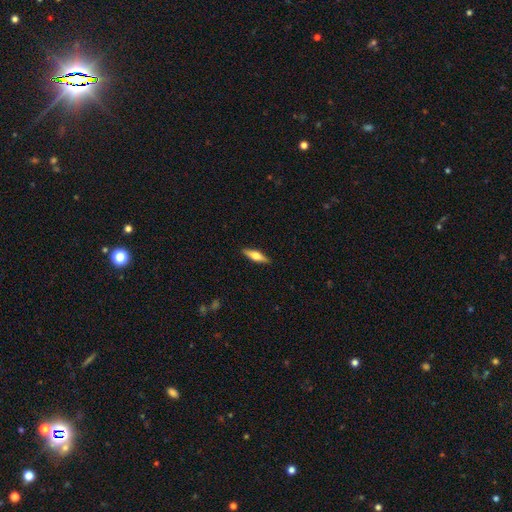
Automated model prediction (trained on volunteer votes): Smooth or featured: smooth — 48% (featured or disk — 46%)
Merging: none — 90% (minor disturbance — 7%)